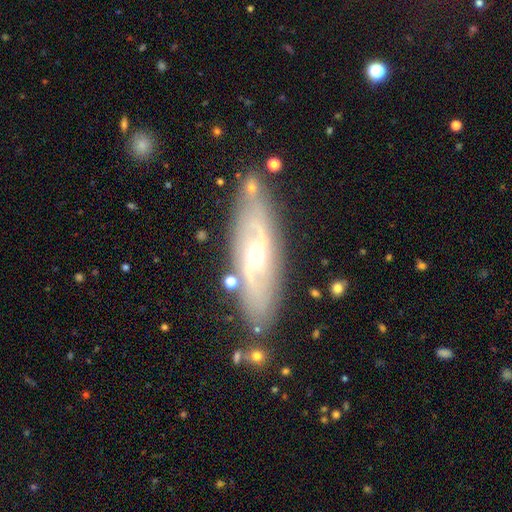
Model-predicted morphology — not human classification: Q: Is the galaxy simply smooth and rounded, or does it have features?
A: featured or disk — 73%.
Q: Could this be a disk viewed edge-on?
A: no — 73%.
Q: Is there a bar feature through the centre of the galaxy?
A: no — 51%.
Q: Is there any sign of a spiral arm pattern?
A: yes — 75%.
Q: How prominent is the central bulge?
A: moderate — 64%.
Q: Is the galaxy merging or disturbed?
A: none — 80%.